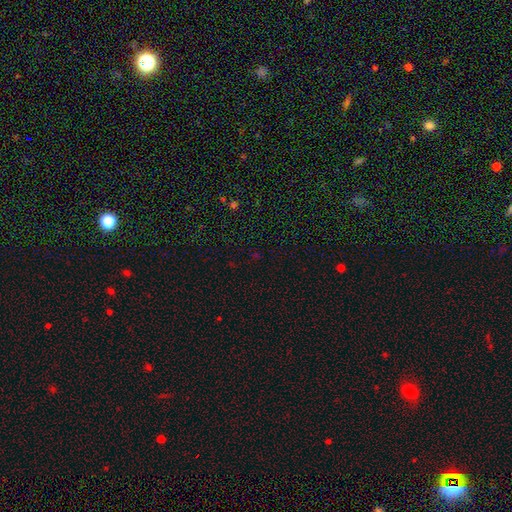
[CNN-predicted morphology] A star or artifact, not a galaxy (66%).